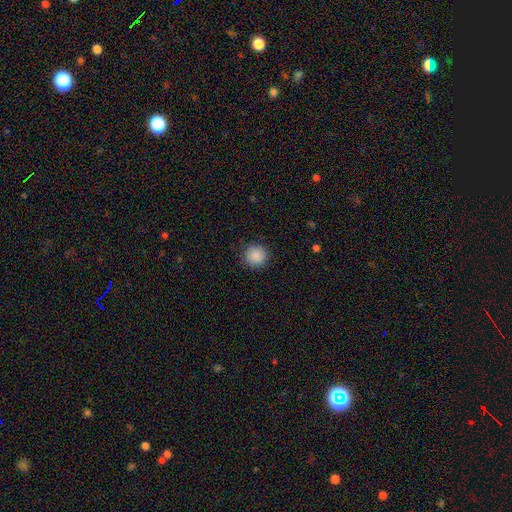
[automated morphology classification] Smooth or featured?
  - smooth: 89% *
  - star or artifact: 9%
  - featured or disk: 2%
How rounded?
  - round: 94% *
  - in between: 5%
  - cigar-shaped: 1%
Merging?
  - none: 91% *
  - minor disturbance: 6%
  - major disturbance: 2%
  - merger: 1%